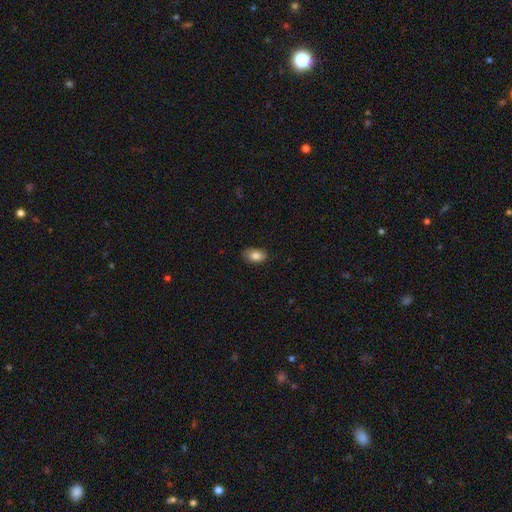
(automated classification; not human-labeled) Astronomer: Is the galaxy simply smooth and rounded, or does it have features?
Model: smooth — 85%.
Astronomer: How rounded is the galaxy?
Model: in between — 89%.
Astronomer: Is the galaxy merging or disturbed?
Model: none — 83%.